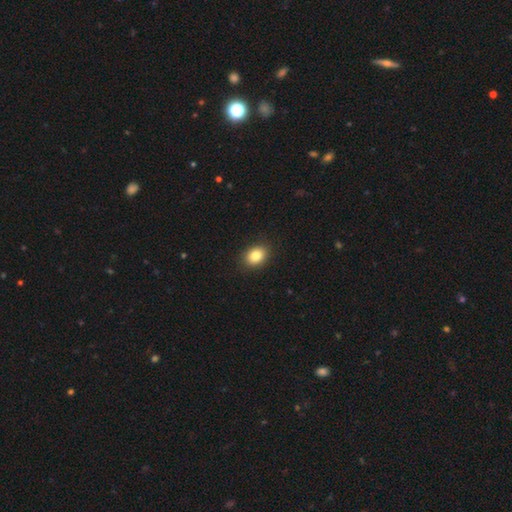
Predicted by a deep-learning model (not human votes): smooth-or-featured: smooth: 85% | star or artifact: 9% | featured or disk: 6%
  how-rounded: in between: 63% | round: 36% | cigar-shaped: 1%
  merging: none: 88% | minor disturbance: 8% | major disturbance: 2% | merger: 1%